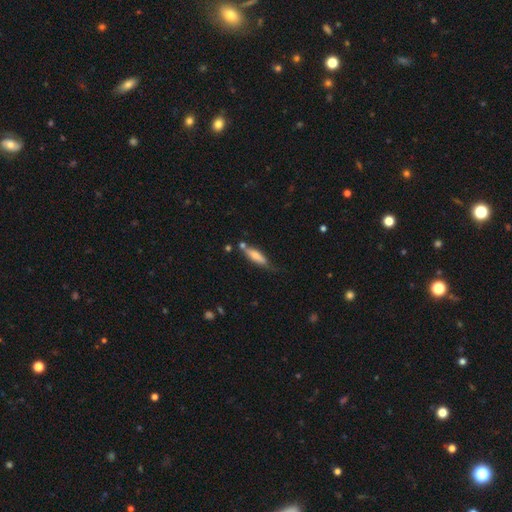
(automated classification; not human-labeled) Smooth or featured? smooth (65%)
How rounded? cigar-shaped (65%)
Merging? none (55%)